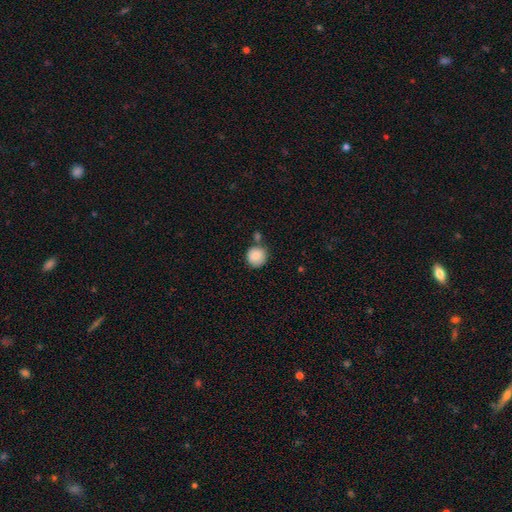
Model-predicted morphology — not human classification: A smooth galaxy with no disk features (86%) that is round (93%).

Vote fractions:
- Smooth or featured? smooth: 86% / star or artifact: 8% / featured or disk: 6%
- How rounded? round: 93% / in between: 6% / cigar-shaped: 1%
- Merging? none: 71% / merger: 13% / minor disturbance: 12% / major disturbance: 3%